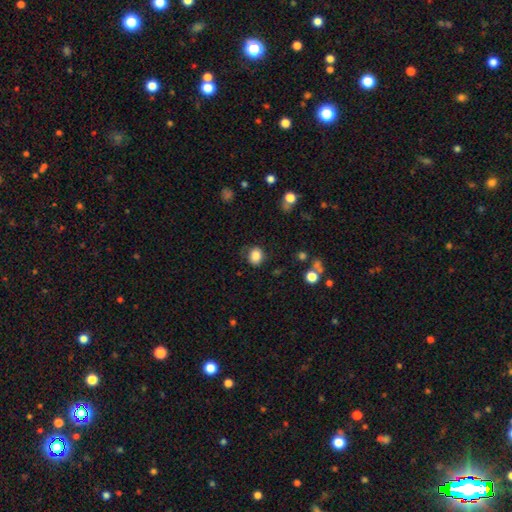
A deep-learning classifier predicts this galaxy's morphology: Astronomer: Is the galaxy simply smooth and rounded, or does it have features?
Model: smooth — 85%.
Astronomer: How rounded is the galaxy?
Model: round — 61% (runner-up: in between, 38%).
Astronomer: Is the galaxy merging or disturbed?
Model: none — 76%.